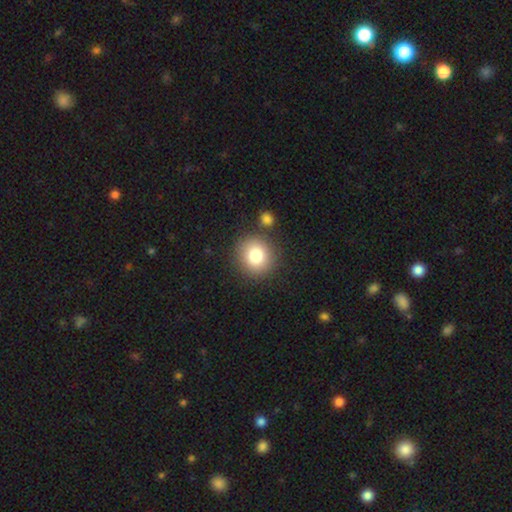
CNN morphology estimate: smooth 81%, star or artifact 10%, featured or disk 9%. Down the decision tree: how rounded — round (89%); merging — none (81%).